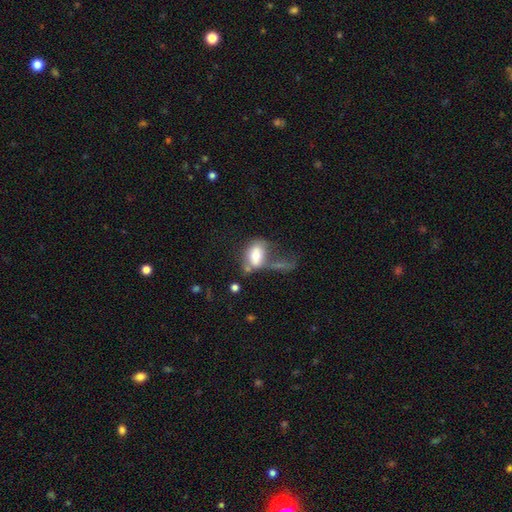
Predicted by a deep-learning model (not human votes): This is likely a smooth galaxy (66%). How rounded: clearly in between (84%). Merging: marginally major disturbance (33%).